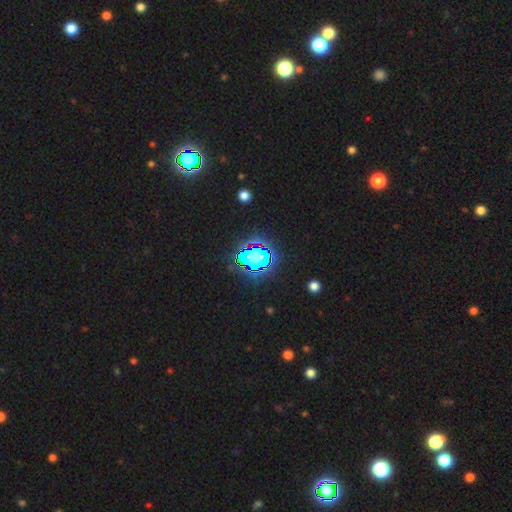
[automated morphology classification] Q: Smooth or featured?
A: star or artifact (60%); runner-up: smooth (25%)